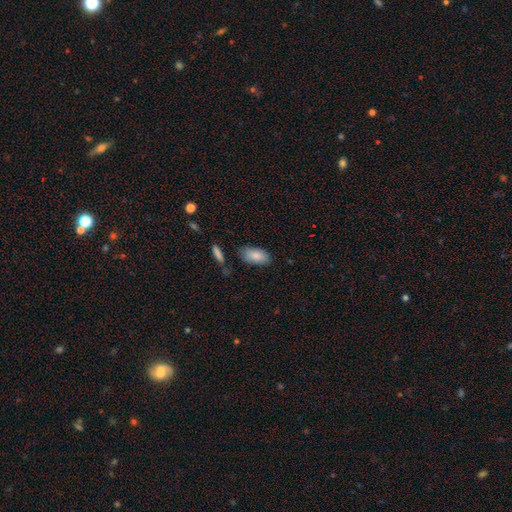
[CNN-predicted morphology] Smooth or featured? smooth (83%)
How rounded? in between (92%)
Merging? none (75%)